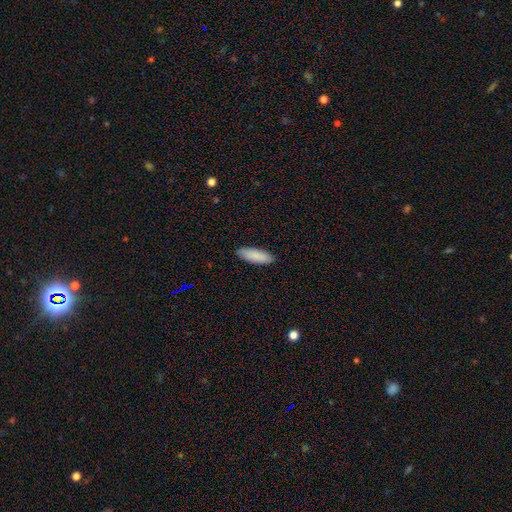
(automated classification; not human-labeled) Smooth or featured? Predicted: smooth (p=0.89). How rounded? Predicted: in between (p=0.58). Merging? Predicted: none (p=0.89).